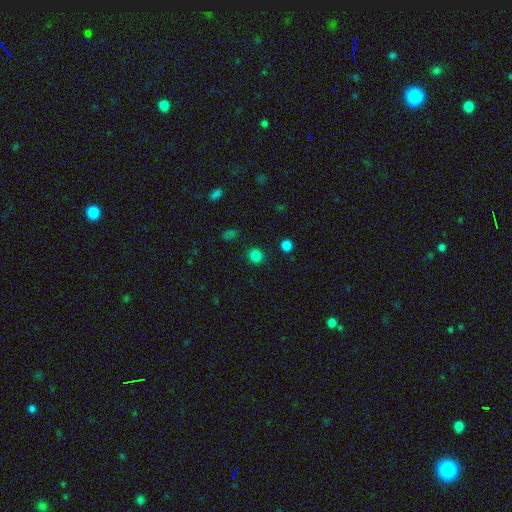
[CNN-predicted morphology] type=smooth (82%); roundness=round (85%); merging=none (90%).